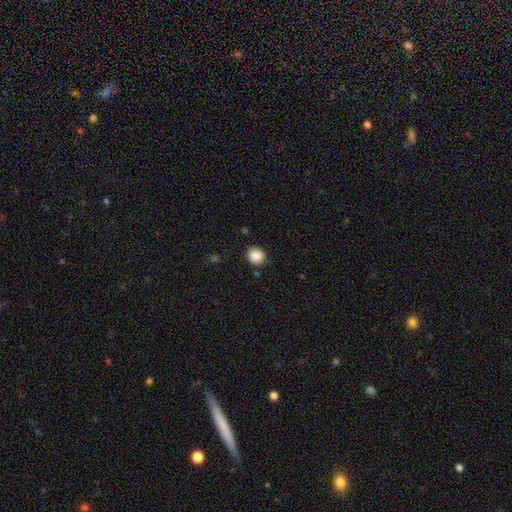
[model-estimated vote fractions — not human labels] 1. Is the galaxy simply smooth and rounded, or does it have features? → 88% smooth, 9% star or artifact, 3% featured or disk.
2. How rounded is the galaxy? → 84% round, 15% in between, 1% cigar-shaped.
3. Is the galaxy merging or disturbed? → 86% none, 9% minor disturbance, 2% major disturbance, 2% merger.